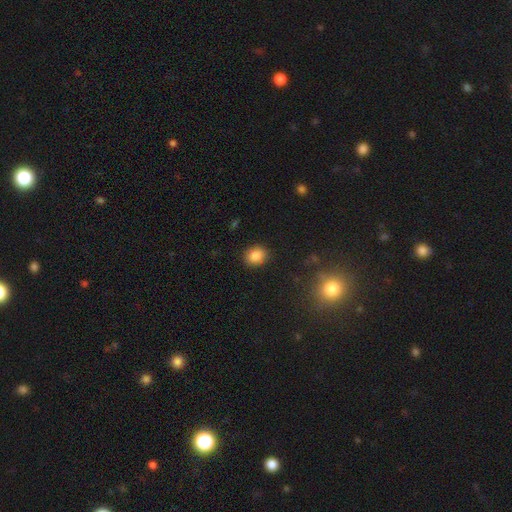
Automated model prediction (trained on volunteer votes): A smooth galaxy with no disk features (85%) that is round (58%). Merging: none (88%).